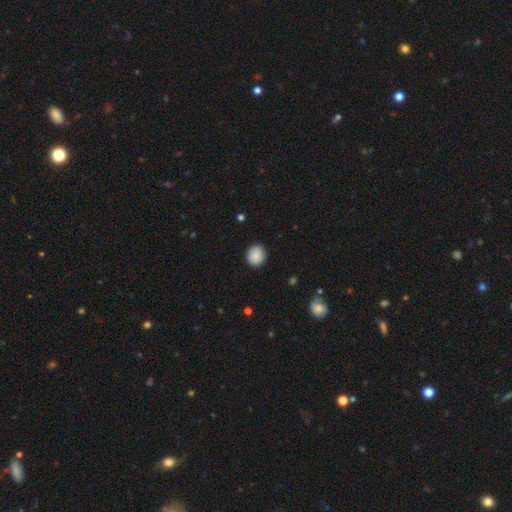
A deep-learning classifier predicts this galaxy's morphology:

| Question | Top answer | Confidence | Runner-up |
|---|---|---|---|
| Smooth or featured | smooth | 88% | star or artifact (8%) |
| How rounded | round | 80% | in between (19%) |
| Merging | none | 89% | minor disturbance (8%) |